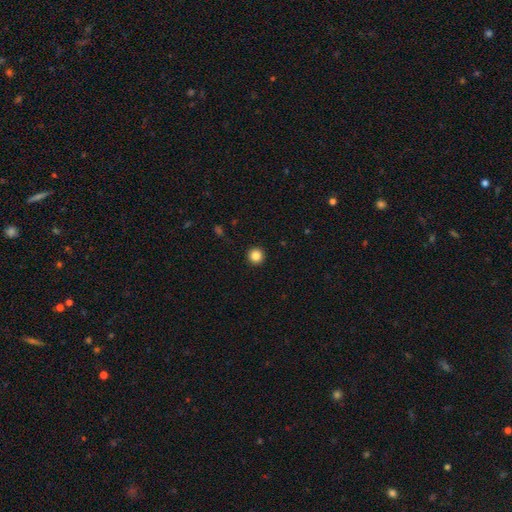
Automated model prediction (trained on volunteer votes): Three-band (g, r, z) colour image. It shows a smooth galaxy with no disk features (85%) that is round (96%). Merging: none (94%).